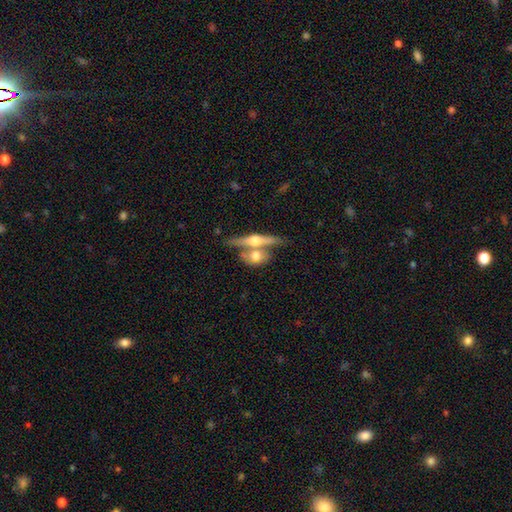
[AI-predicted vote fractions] smooth_or_featured: featured or disk (p=0.53) [alt: smooth p=0.40]
disk_edge_on: yes (p=0.78) [alt: no p=0.22]
merging: merger (p=0.51) [alt: none p=0.36]